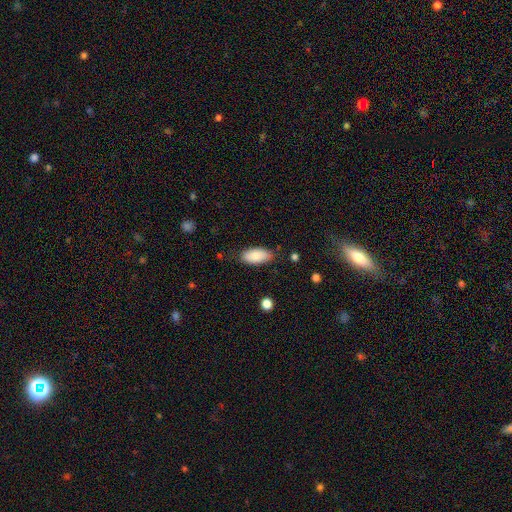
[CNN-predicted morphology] Overall: smooth (86%). How rounded: in between (91%). Merging: none (80%).